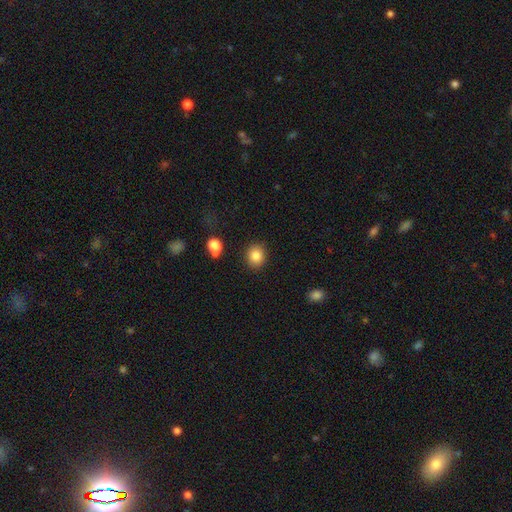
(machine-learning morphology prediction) A smooth galaxy with no disk features (85%) that is round (69%).

Vote fractions:
- Smooth or featured? smooth: 85% / star or artifact: 9% / featured or disk: 6%
- How rounded? round: 69% / in between: 30% / cigar-shaped: 1%
- Merging? none: 88% / minor disturbance: 8% / major disturbance: 2% / merger: 2%